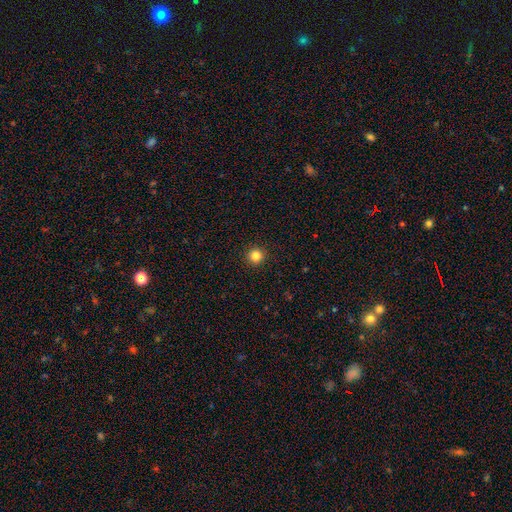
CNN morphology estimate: This is clearly a smooth galaxy (83%). How rounded: clearly round (96%). Merging: clearly none (93%).